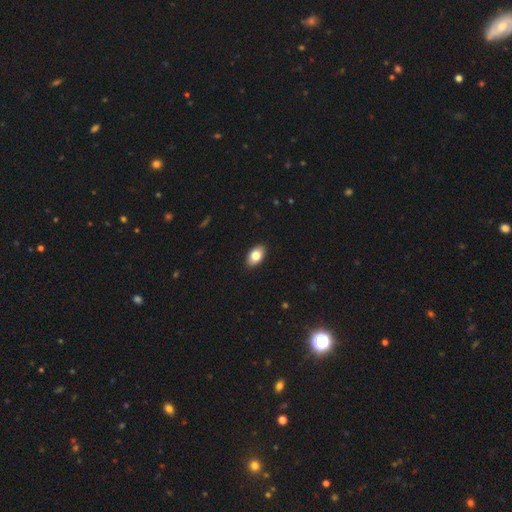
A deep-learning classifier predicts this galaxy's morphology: A smooth galaxy with no disk features (81%) that is in between round and cigar-shaped (92%).

Vote fractions:
- Smooth or featured? smooth: 81% / featured or disk: 11% / star or artifact: 7%
- How rounded? in between: 92% / round: 6% / cigar-shaped: 2%
- Merging? none: 90% / minor disturbance: 7% / major disturbance: 2% / merger: 1%